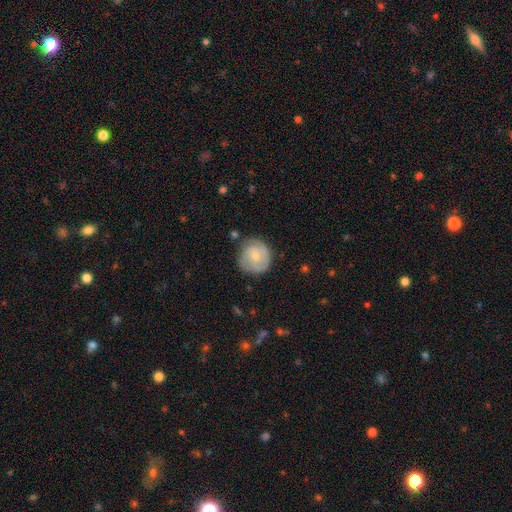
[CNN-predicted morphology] This appears to be a smooth galaxy with no disk features (47%). Merging: none (72%).